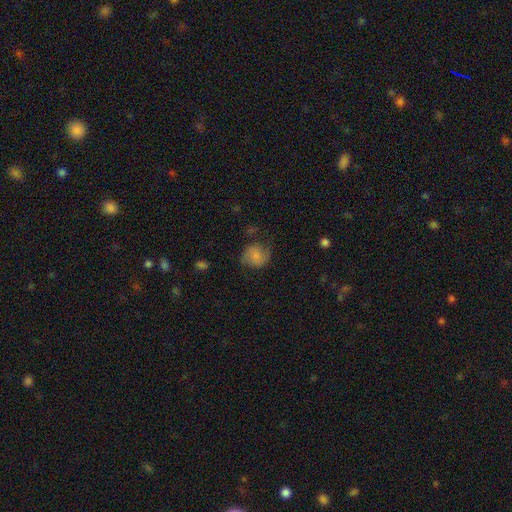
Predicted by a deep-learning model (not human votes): Smooth or featured?
  - smooth: 62% *
  - featured or disk: 29%
  - star or artifact: 9%
How rounded?
  - round: 76% *
  - in between: 23%
  - cigar-shaped: 1%
Merging?
  - none: 67% *
  - minor disturbance: 22%
  - major disturbance: 9%
  - merger: 2%